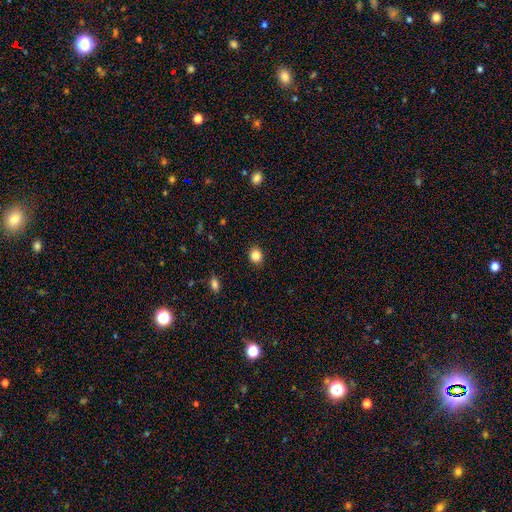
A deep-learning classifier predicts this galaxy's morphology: The model was most divided on "how rounded": round: 75%, in between: 24%, cigar-shaped: 1%. More confident: merging — none (89%); smooth or featured — smooth (85%).